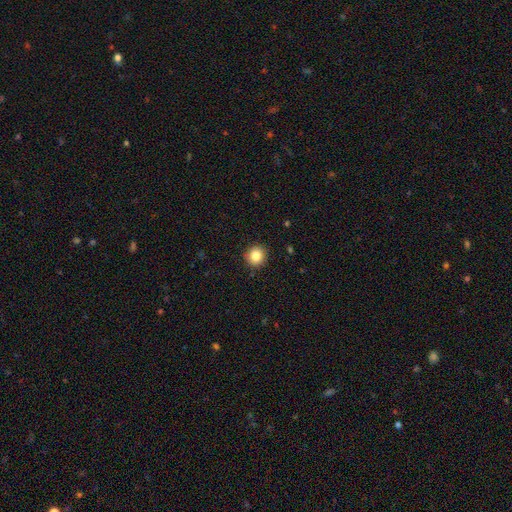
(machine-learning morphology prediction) Overall: smooth (85%). How rounded: round (91%). Merging: none (91%).